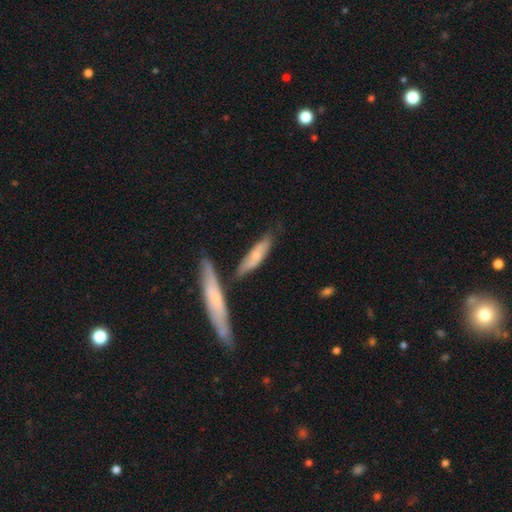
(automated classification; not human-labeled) The model was most divided on "smooth or featured": smooth: 54%, featured or disk: 40%, star or artifact: 5%. More confident: how rounded — cigar-shaped (71%); merging — none (65%).